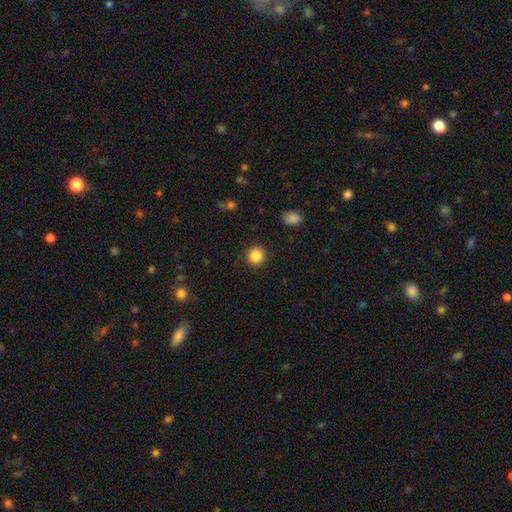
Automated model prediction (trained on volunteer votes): Smooth or featured?
  - smooth: 87% *
  - star or artifact: 10%
  - featured or disk: 4%
How rounded?
  - round: 92% *
  - in between: 7%
  - cigar-shaped: 1%
Merging?
  - none: 92% *
  - minor disturbance: 5%
  - major disturbance: 2%
  - merger: 1%